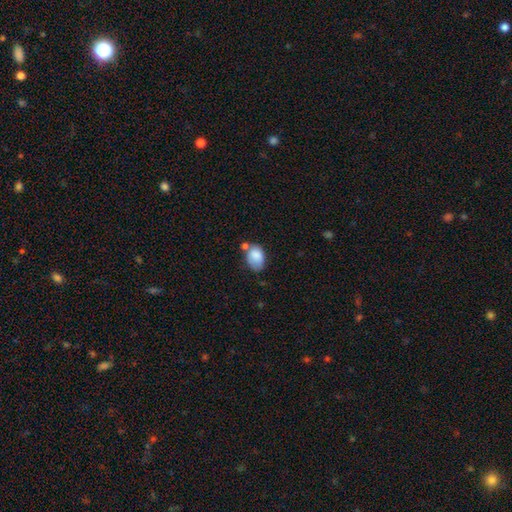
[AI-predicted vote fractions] Smooth or featured?
  - smooth: 82% *
  - featured or disk: 10%
  - star or artifact: 8%
How rounded?
  - in between: 80% *
  - round: 19%
  - cigar-shaped: 1%
Merging?
  - none: 41% *
  - minor disturbance: 29%
  - merger: 21%
  - major disturbance: 9%